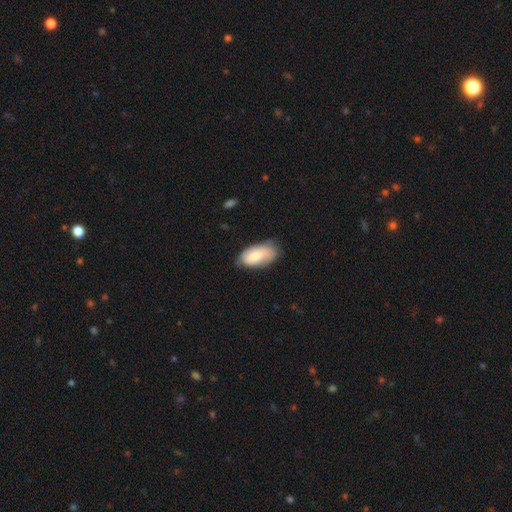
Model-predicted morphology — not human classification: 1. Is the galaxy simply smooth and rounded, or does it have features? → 76% smooth, 18% featured or disk, 6% star or artifact.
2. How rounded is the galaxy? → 94% in between, 4% cigar-shaped, 2% round.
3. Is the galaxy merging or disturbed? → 60% none, 32% minor disturbance, 6% major disturbance, 2% merger.